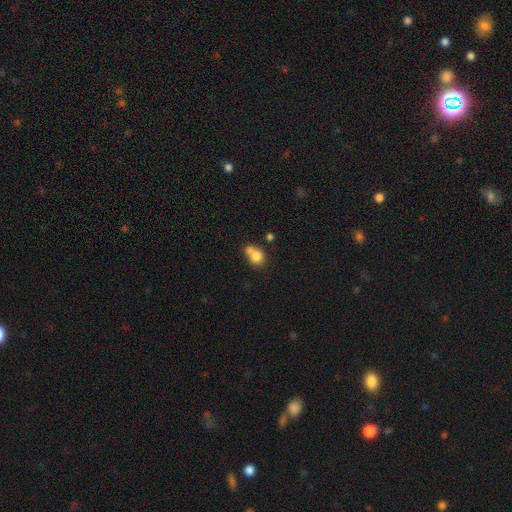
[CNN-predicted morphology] This is likely a smooth galaxy (78%). How rounded: likely round (67%). Merging: possibly merger (53%).